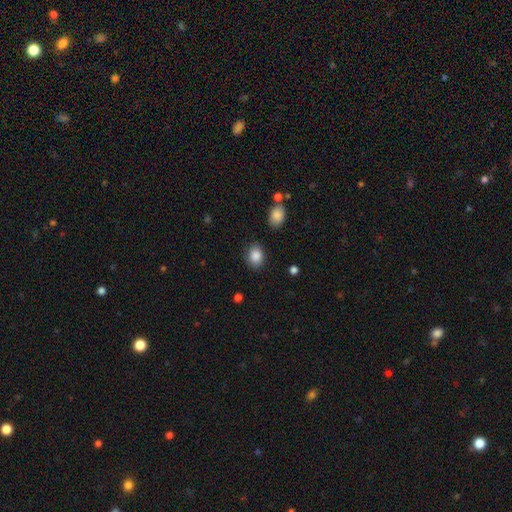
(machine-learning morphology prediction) Smooth or featured: smooth — 87% (star or artifact — 8%)
How rounded: in between — 65% (round — 34%)
Merging: none — 84% (minor disturbance — 11%)